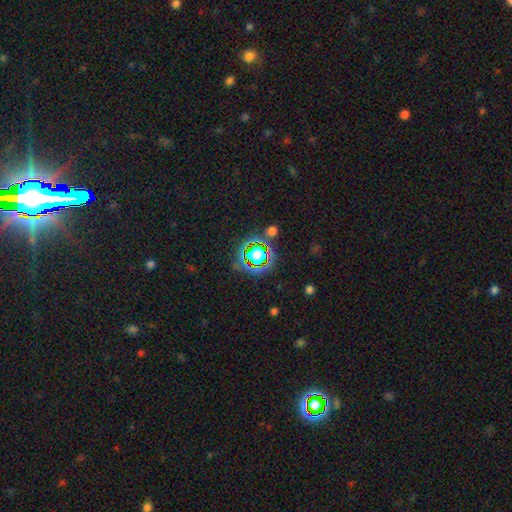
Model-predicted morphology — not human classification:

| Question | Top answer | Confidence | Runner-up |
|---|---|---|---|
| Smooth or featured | star or artifact | 59% | smooth (29%) |